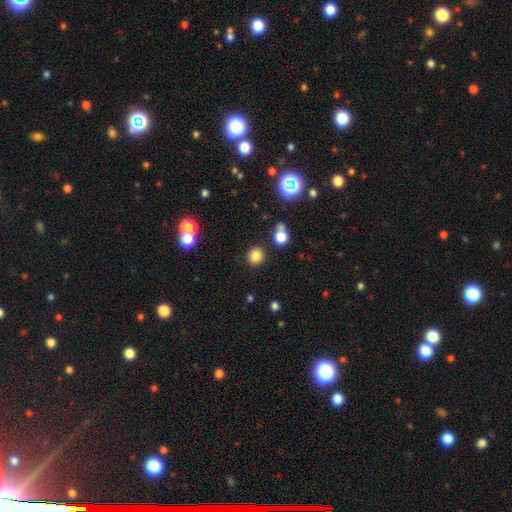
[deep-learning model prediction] A smooth galaxy with no disk features (82%) that is round (85%).

Vote fractions:
- Smooth or featured? smooth: 82% / star or artifact: 13% / featured or disk: 5%
- How rounded? round: 85% / in between: 14% / cigar-shaped: 1%
- Merging? none: 86% / minor disturbance: 7% / merger: 4% / major disturbance: 3%